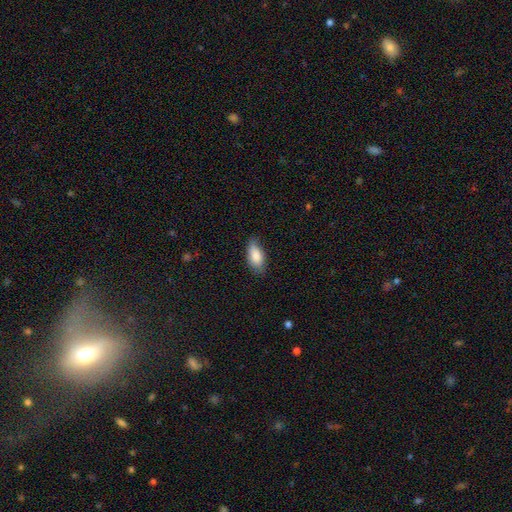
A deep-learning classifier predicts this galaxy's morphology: Smooth or featured? smooth (85%)
How rounded? in between (88%)
Merging? none (69%)